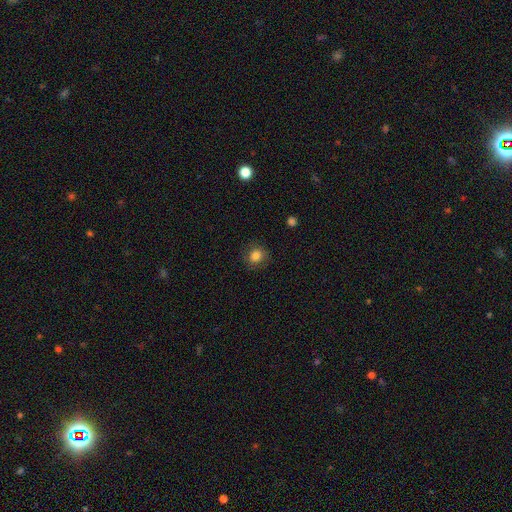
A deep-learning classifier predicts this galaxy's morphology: Smooth or featured?
  - smooth: 82% *
  - star or artifact: 11%
  - featured or disk: 7%
How rounded?
  - round: 81% *
  - in between: 18%
  - cigar-shaped: 1%
Merging?
  - none: 84% *
  - minor disturbance: 12%
  - major disturbance: 4%
  - merger: 1%